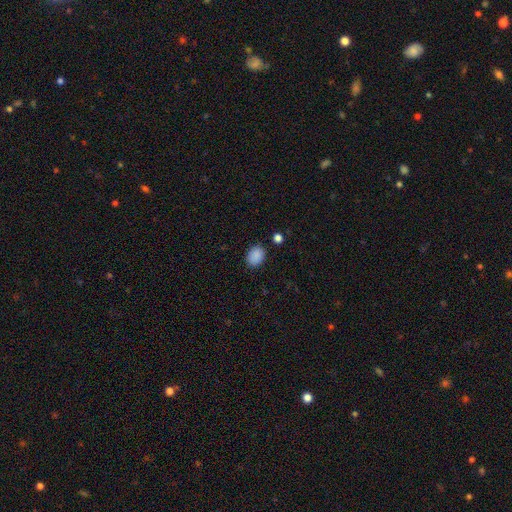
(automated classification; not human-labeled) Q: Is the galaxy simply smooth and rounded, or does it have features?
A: smooth — 88%.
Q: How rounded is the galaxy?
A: in between — 65%.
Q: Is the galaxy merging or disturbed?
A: none — 83%.